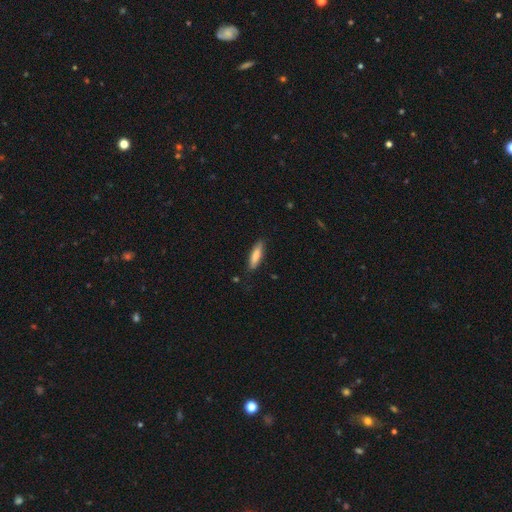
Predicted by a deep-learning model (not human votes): Smooth or featured? smooth (79%)
How rounded? cigar-shaped (70%)
Merging? none (84%)